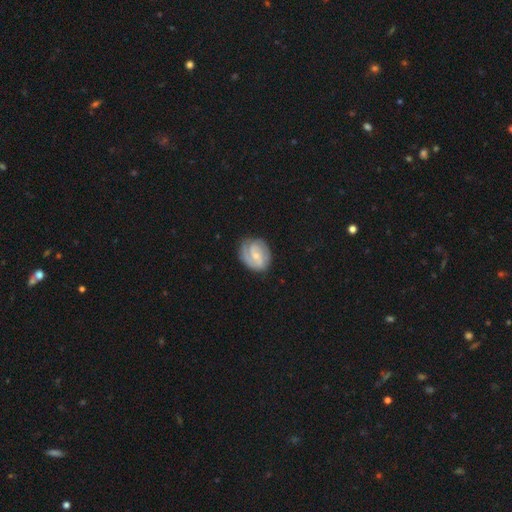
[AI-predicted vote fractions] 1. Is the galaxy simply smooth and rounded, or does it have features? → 76% featured or disk, 19% smooth, 5% star or artifact.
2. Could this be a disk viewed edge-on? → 98% no, 2% yes.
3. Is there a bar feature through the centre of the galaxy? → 49% weak, 40% no, 11% strong.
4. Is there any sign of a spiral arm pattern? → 94% yes, 6% no.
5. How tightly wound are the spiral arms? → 51% tight, 38% medium, 11% loose.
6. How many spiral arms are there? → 59% 2, 16% can't tell, 12% 3, 8% 1, 3% 4, 2% more than 4.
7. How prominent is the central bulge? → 62% small, 32% moderate, 4% none, 2% large, 1% dominant.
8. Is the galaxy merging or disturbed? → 73% none, 19% minor disturbance, 7% major disturbance, 1% merger.